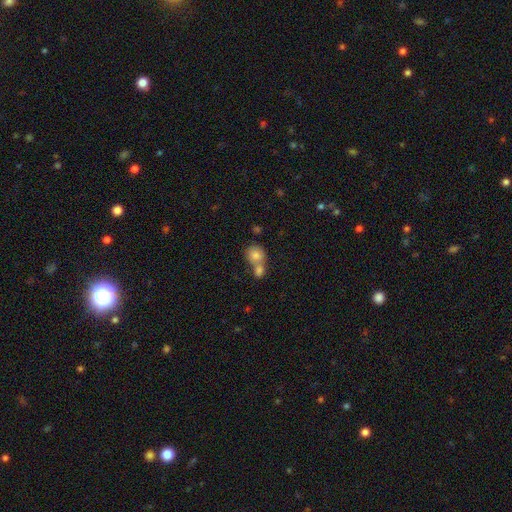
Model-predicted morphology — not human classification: Q: Smooth or featured?
A: smooth (78%); runner-up: featured or disk (12%)
Q: How rounded?
A: round (73%); runner-up: in between (26%)
Q: Merging?
A: merger (60%); runner-up: none (31%)